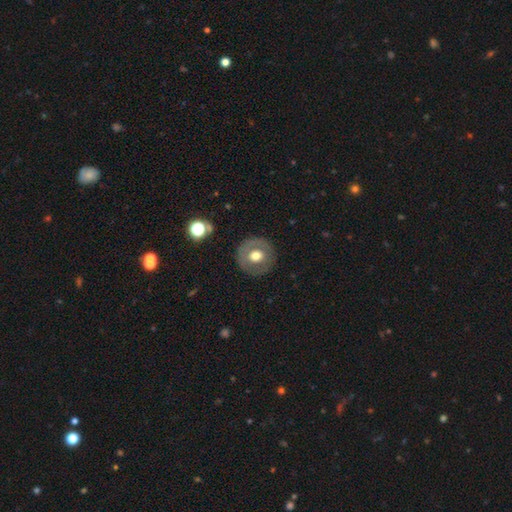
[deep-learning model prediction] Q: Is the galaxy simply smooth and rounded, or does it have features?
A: smooth — 55%.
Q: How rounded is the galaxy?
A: round — 91%.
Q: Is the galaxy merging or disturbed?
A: none — 86%.